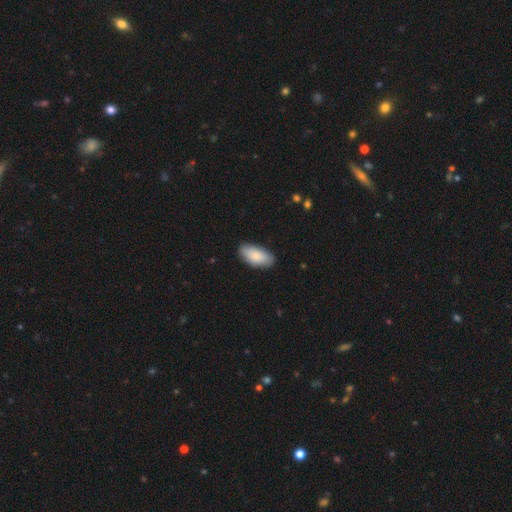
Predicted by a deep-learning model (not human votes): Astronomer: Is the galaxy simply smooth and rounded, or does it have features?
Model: smooth — 87%.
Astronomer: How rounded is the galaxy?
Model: in between — 92%.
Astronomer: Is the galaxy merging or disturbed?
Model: none — 84%.